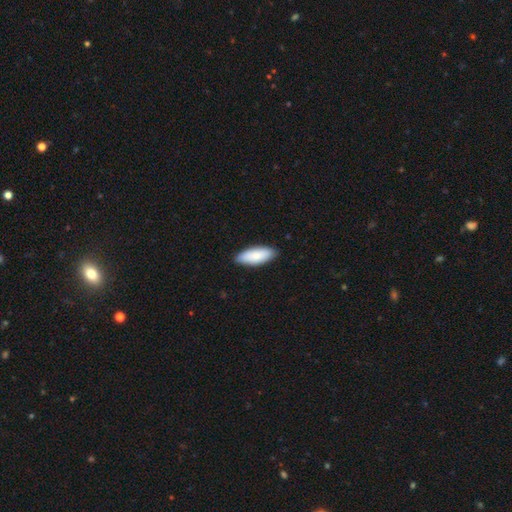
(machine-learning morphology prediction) This appears to be a smooth galaxy with no disk features (82%) that is in between round and cigar-shaped (79%). Merging: none (86%).